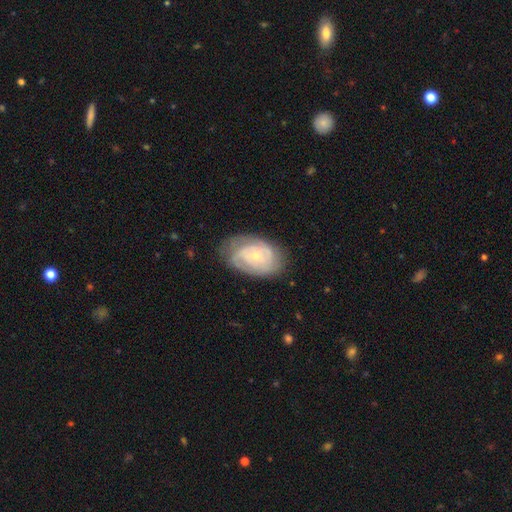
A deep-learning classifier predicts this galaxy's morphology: A featured or disk galaxy (77%) with no bar (75%), tight (67%) spiral arms (90%) and a small central bulge (73%).

Vote fractions:
- Smooth or featured? featured or disk: 77% / smooth: 18% / star or artifact: 6%
- Edge-on disk? no: 96% / yes: 4%
- Bar? no: 75% / weak: 22% / strong: 4%
- Spiral arms? yes: 90% / no: 10%
- Spiral winding? tight: 67% / medium: 26% / loose: 7%
- Spiral arm count? can't tell: 38% / 2: 30% / 3: 17% / 4: 6% / 1: 5% / more than 4: 4%
- Bulge size? small: 73% / moderate: 23% / none: 2% / large: 1% / dominant: 1%
- Merging? none: 71% / minor disturbance: 21% / major disturbance: 7% / merger: 1%